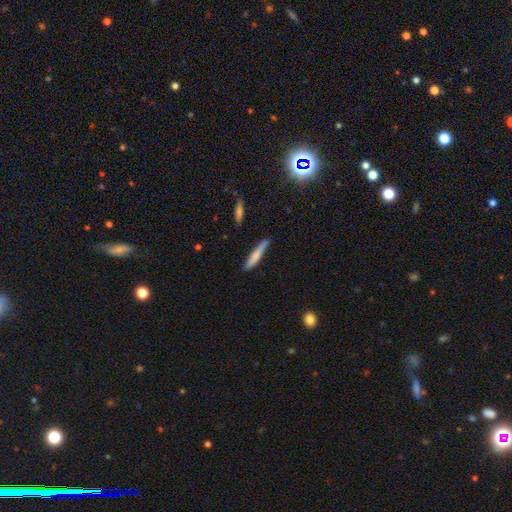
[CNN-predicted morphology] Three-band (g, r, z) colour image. It shows a smooth galaxy with no disk features (68%) that is cigar-shaped (91%). Merging: none (84%).